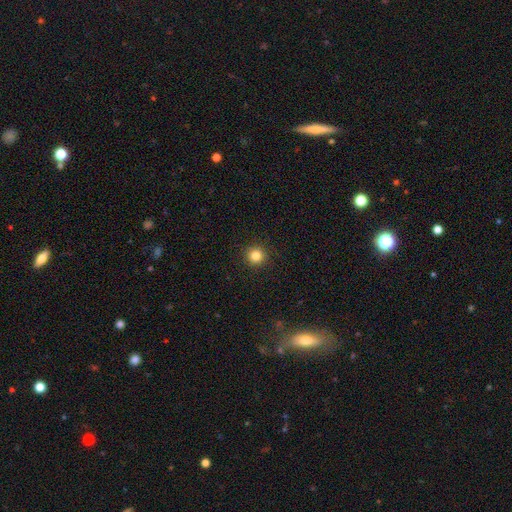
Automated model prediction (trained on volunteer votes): This is clearly a smooth galaxy (83%). How rounded: clearly round (95%). Merging: clearly none (93%).